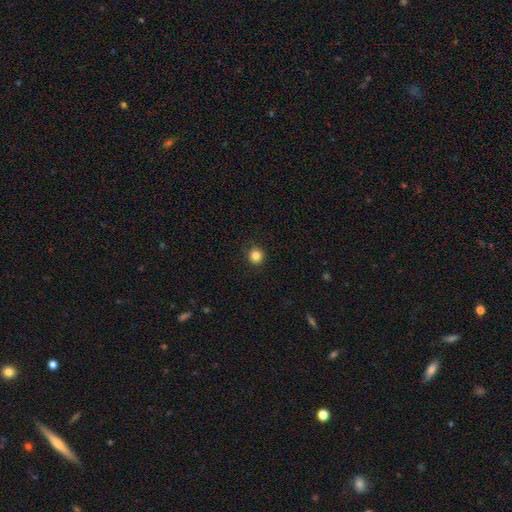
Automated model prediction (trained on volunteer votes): Morphology: type=smooth (85%); roundness=round (94%); merging=none (92%).